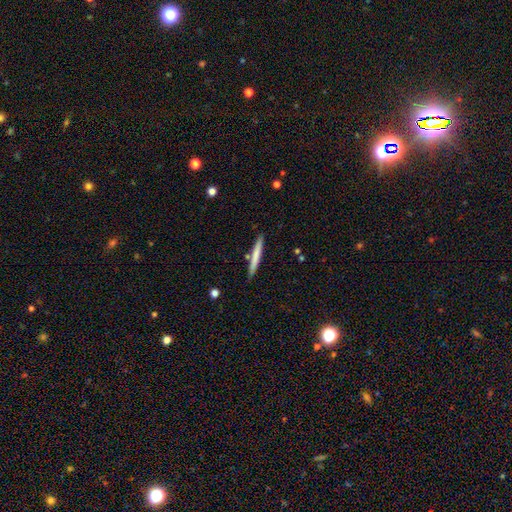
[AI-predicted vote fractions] Smooth or featured?
  - smooth: 67% *
  - featured or disk: 28%
  - star or artifact: 5%
How rounded?
  - cigar-shaped: 96% *
  - in between: 3%
  - round: 1%
Merging?
  - none: 85% *
  - minor disturbance: 10%
  - merger: 3%
  - major disturbance: 2%